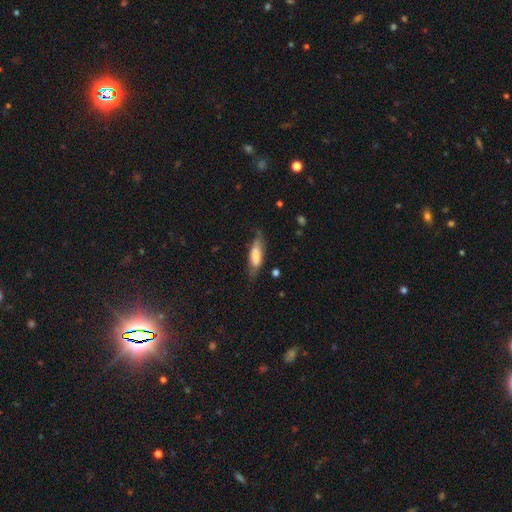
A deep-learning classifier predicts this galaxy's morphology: Smooth or featured? smooth (62%)
How rounded? in between (57%)
Merging? none (61%)